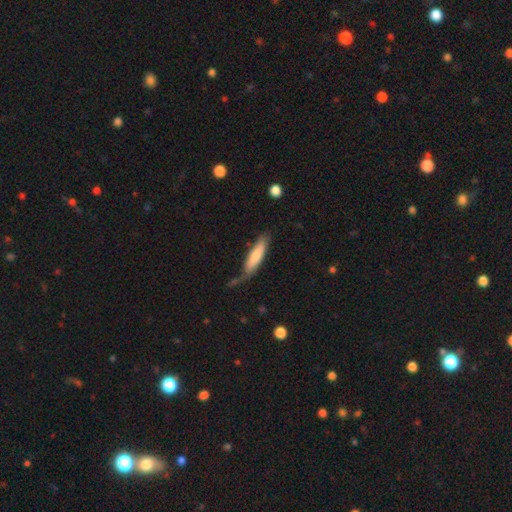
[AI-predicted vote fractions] This is likely a smooth galaxy (73%). How rounded: likely cigar-shaped (72%). Merging: possibly none (55%).